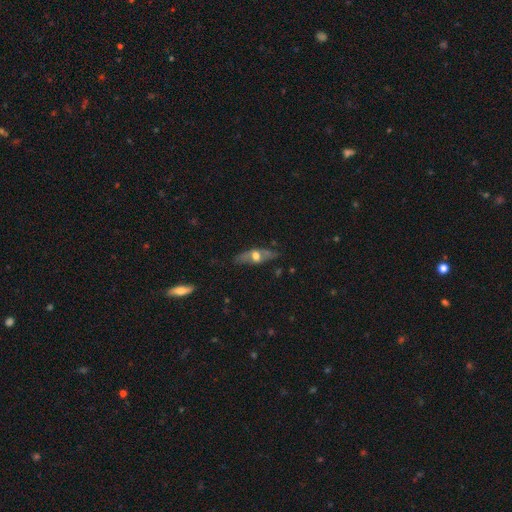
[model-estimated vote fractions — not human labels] Overall: featured or disk (59%; smooth 34%). Edge-on disk: yes (68%; no 32%). Merging: none (75%).